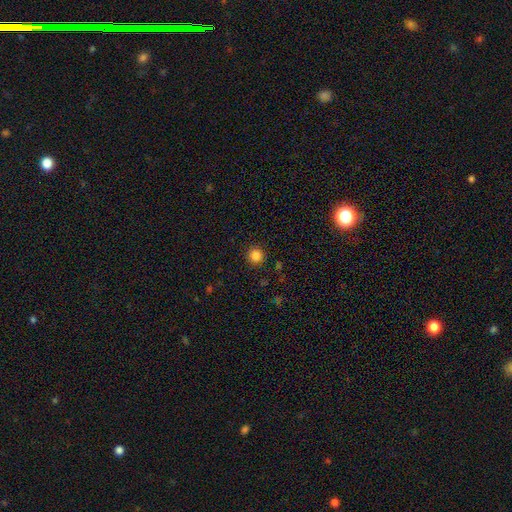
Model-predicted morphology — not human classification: A smooth galaxy with no disk features (85%) that is round (94%). Merging: none (91%).